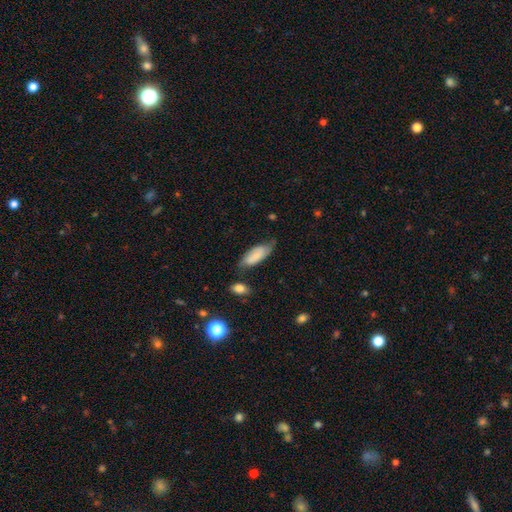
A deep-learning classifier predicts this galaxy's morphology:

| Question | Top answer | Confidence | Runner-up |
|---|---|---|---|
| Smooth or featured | smooth | 71% | featured or disk (22%) |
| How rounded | in between | 78% | cigar-shaped (20%) |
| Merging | none | 60% | minor disturbance (28%) |